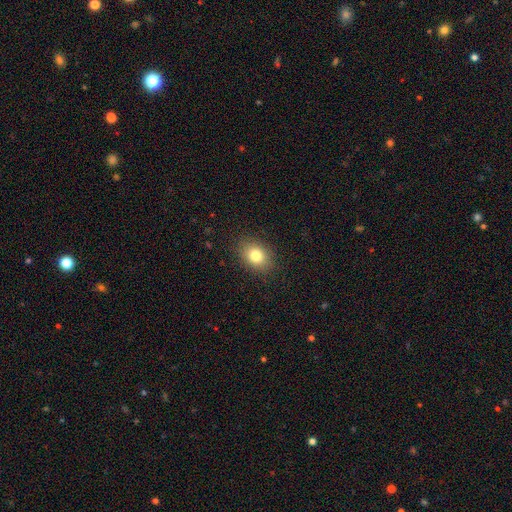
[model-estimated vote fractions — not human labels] This appears to be a smooth galaxy with no disk features (80%) that is in between round and cigar-shaped (66%). Merging: none (88%).